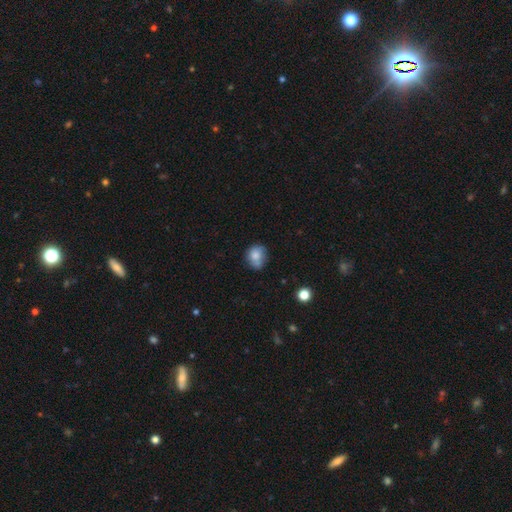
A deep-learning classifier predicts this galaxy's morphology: Smooth or featured? smooth (77%)
How rounded? round (63%)
Merging? none (56%)